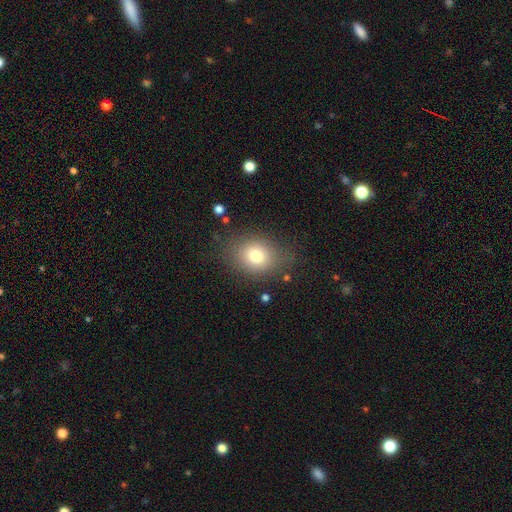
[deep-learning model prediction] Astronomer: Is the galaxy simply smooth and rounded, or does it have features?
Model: smooth — 75%.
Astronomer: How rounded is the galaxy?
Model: round — 53% (runner-up: in between, 46%).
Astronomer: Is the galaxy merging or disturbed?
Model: none — 77%.